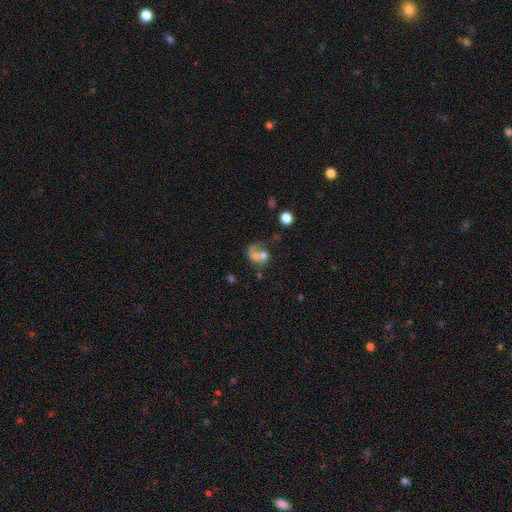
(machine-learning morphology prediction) The model was most divided on "smooth or featured": smooth: 46%, featured or disk: 43%, star or artifact: 12%. More confident: merging — merger (51%).